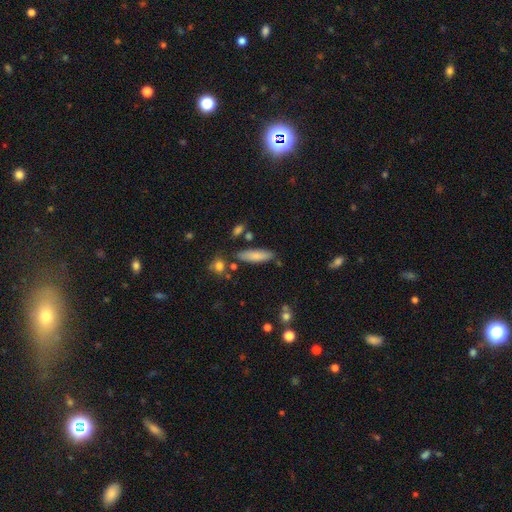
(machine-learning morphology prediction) smooth 82%, featured or disk 11%, star or artifact 7%. Down the decision tree: how rounded — cigar-shaped (52%); merging — none (80%).